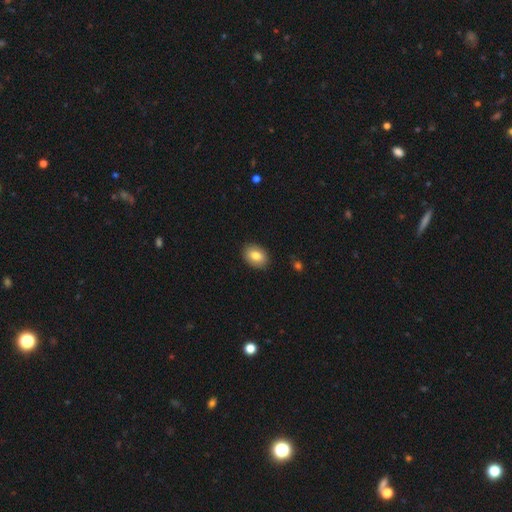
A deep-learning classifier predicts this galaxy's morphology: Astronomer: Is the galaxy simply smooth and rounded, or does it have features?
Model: smooth — 81%.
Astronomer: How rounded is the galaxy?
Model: in between — 71%.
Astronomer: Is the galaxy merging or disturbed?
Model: none — 89%.